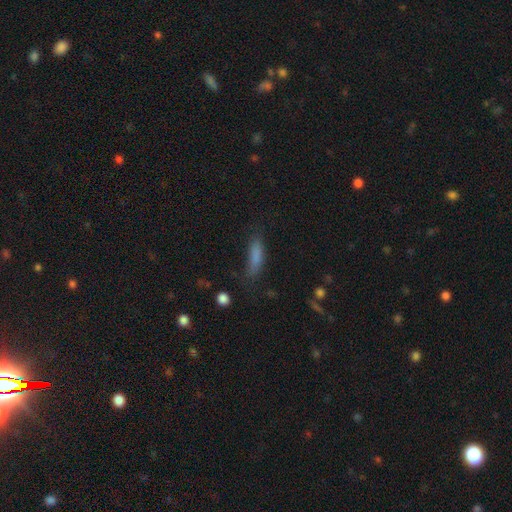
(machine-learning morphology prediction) smooth_or_featured: smooth (p=0.80) [alt: featured or disk p=0.11]
how_rounded: cigar-shaped (p=0.60) [alt: in between p=0.38]
merging: none (p=0.64) [alt: minor disturbance p=0.24]